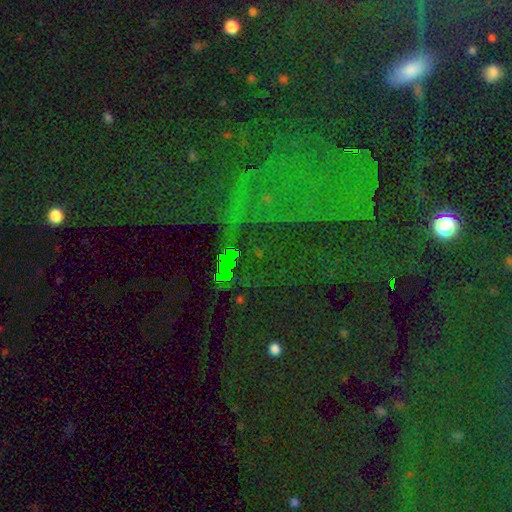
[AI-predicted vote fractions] Smooth or featured? Predicted: star or artifact (p=0.77).